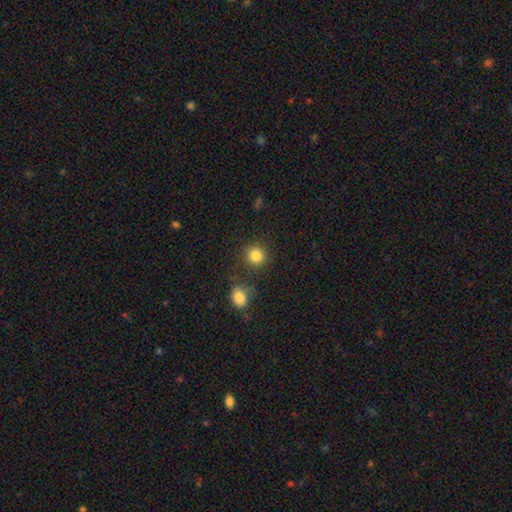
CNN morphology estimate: This appears to be a smooth galaxy with no disk features (84%) that is round (89%). Merging: none (81%).